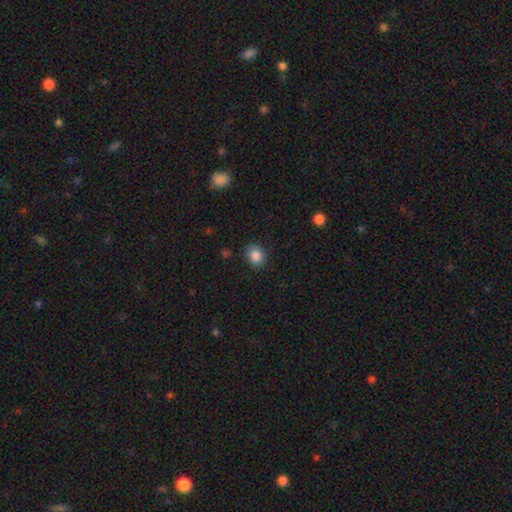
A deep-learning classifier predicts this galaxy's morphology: The model was most divided on "how rounded": round: 61%, in between: 38%, cigar-shaped: 1%. More confident: smooth or featured — smooth (85%); merging — none (85%).